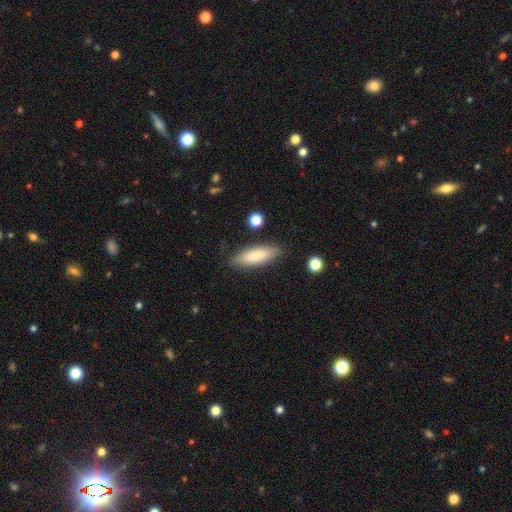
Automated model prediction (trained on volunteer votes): A smooth galaxy with no disk features (83%) that is cigar-shaped (50%). Merging: none (85%).